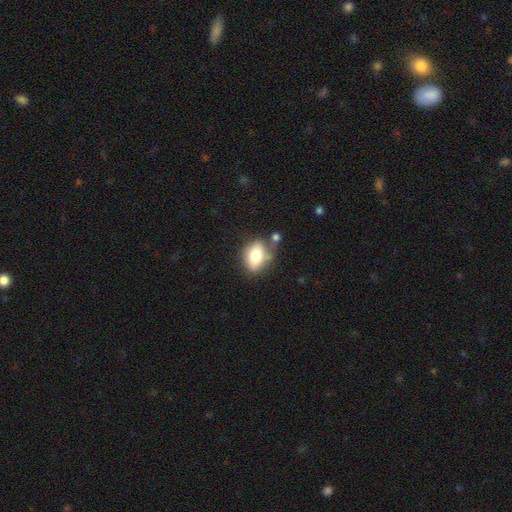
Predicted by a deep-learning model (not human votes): Overall: smooth (75%). How rounded: in between (80%). Merging: none (59%; minor disturbance 21%).